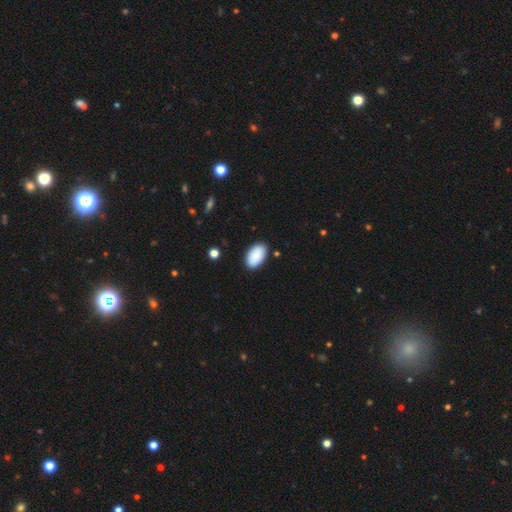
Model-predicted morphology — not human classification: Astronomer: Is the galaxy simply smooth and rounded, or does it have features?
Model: smooth — 90%.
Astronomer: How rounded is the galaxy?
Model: in between — 95%.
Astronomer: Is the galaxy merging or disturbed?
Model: none — 87%.